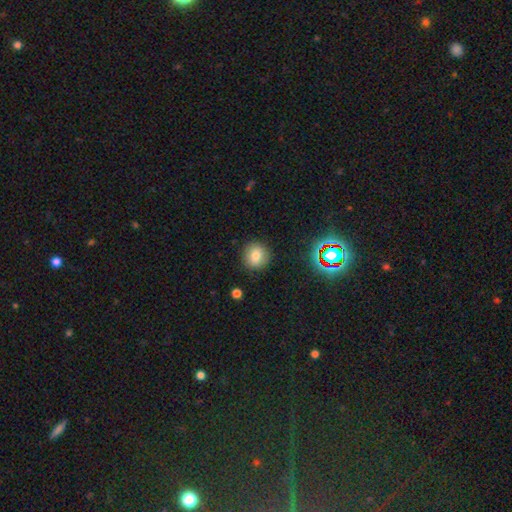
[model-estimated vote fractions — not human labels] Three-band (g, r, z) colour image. It shows a smooth galaxy with no disk features (77%) that is round (87%). Merging: none (88%).